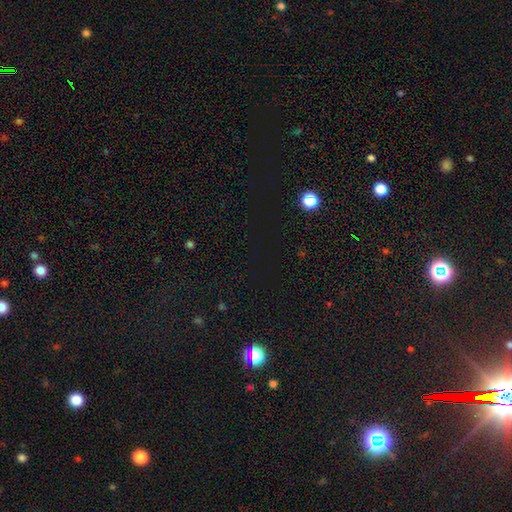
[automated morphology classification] Overall: star or artifact (75%).